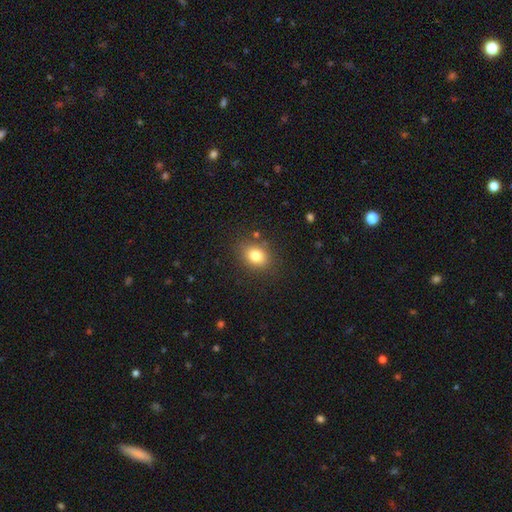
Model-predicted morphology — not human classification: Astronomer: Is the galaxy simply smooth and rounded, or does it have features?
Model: smooth — 80%.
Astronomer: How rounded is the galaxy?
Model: in between — 53% (runner-up: round, 46%).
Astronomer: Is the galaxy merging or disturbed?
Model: none — 83%.